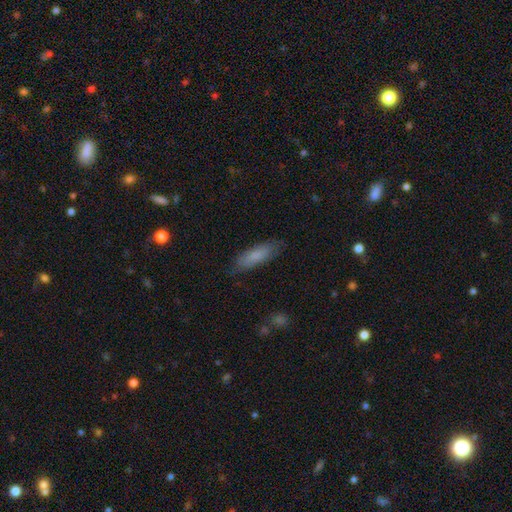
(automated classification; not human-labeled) A smooth galaxy with no disk features (79%) that is in between round and cigar-shaped (50%).

Vote fractions:
- Smooth or featured? smooth: 79% / featured or disk: 14% / star or artifact: 6%
- How rounded? in between: 50% / cigar-shaped: 49% / round: 2%
- Merging? none: 80% / minor disturbance: 16% / major disturbance: 4% / merger: 1%